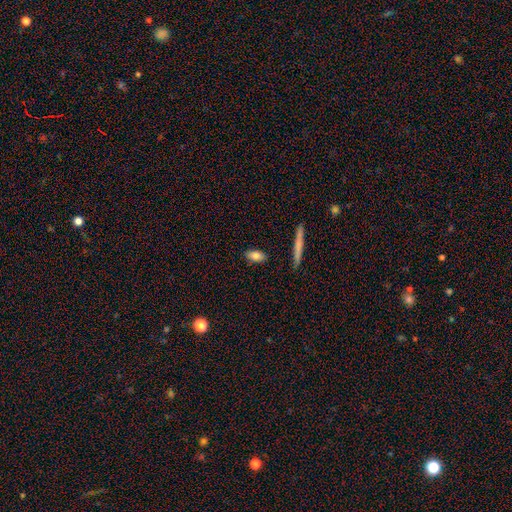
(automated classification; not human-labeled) This is clearly a smooth galaxy (80%). How rounded: clearly in between (83%). Merging: clearly none (86%).